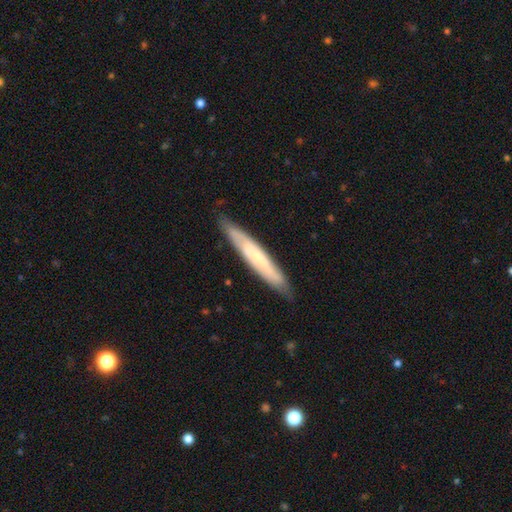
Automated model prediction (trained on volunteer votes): Smooth or featured: featured or disk — 49% (smooth — 45%)
Merging: none — 84% (minor disturbance — 12%)